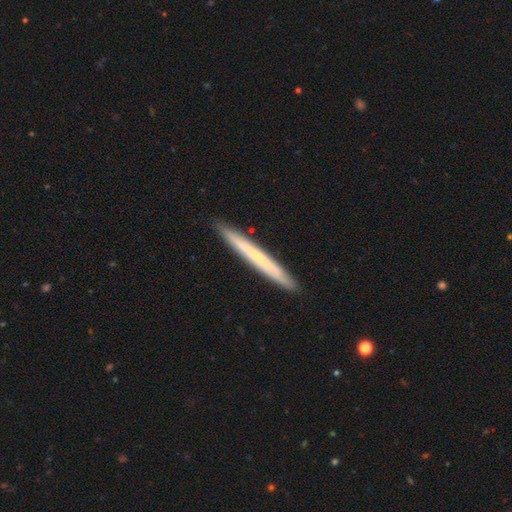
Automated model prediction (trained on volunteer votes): smooth-or-featured: smooth: 51% | featured or disk: 43% | star or artifact: 6%
  how-rounded: cigar-shaped: 97% | in between: 2% | round: 1%
  merging: none: 92% | minor disturbance: 6% | major disturbance: 1% | merger: 1%